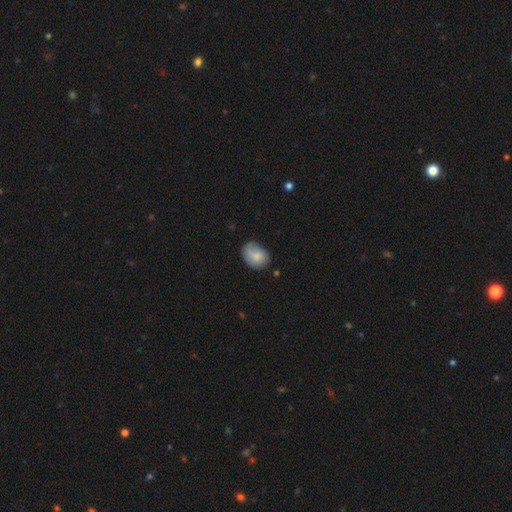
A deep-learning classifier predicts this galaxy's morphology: smooth-or-featured: smooth: 77% | featured or disk: 15% | star or artifact: 7%
  how-rounded: in between: 66% | round: 33% | cigar-shaped: 1%
  merging: none: 59% | minor disturbance: 31% | major disturbance: 8% | merger: 3%